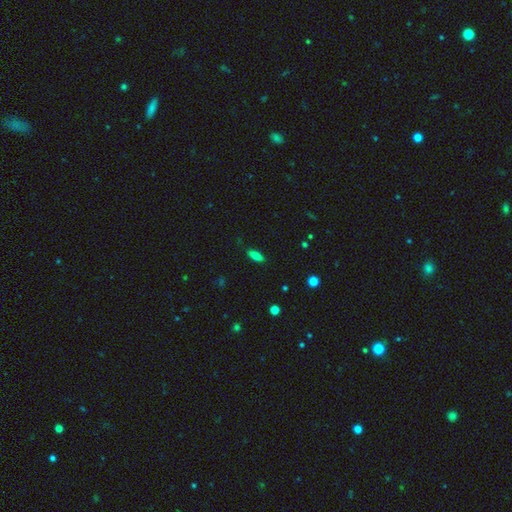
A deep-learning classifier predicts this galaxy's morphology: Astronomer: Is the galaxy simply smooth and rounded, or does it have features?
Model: smooth — 77%.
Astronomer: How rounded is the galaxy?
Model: in between — 76%.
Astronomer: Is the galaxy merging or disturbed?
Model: none — 85%.